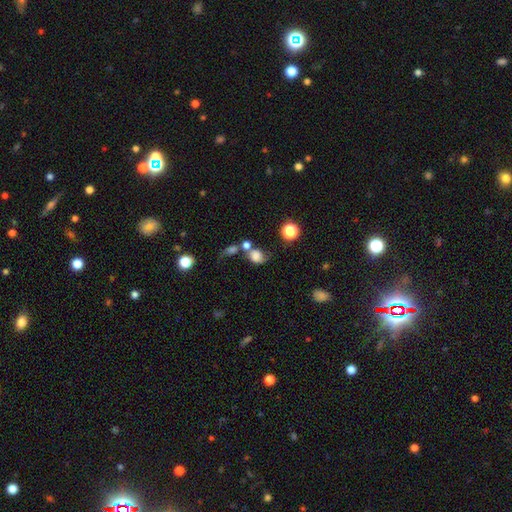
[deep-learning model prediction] Morphology: type=smooth (69%); roundness=round (54%); merging=merger (33%).